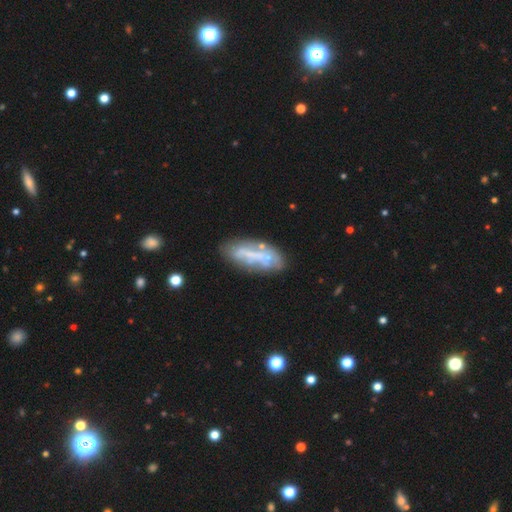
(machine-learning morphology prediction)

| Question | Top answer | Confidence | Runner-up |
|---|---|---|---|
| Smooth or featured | featured or disk | 51% | smooth (40%) |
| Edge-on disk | no | 78% | yes (22%) |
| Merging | none | 60% | minor disturbance (21%) |